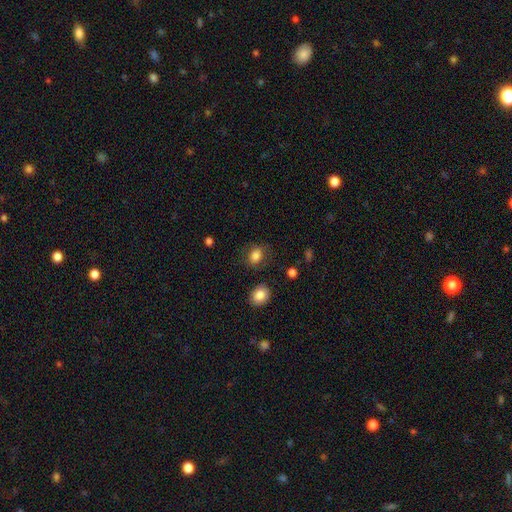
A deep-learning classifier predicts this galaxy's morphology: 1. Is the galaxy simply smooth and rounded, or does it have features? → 82% smooth, 10% star or artifact, 8% featured or disk.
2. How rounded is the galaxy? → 57% in between, 42% round, 1% cigar-shaped.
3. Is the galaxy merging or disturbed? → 77% none, 15% minor disturbance, 6% major disturbance, 3% merger.